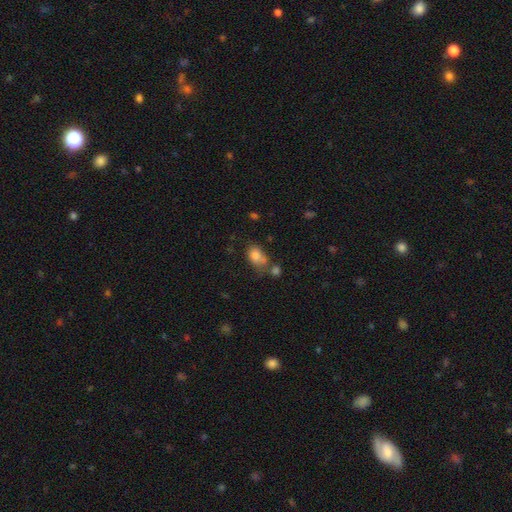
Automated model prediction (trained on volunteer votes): A smooth galaxy with no disk features (81%) that is in between round and cigar-shaped (75%).

Vote fractions:
- Smooth or featured? smooth: 81% / star or artifact: 10% / featured or disk: 9%
- How rounded? in between: 75% / round: 24% / cigar-shaped: 2%
- Merging? none: 40% / merger: 29% / minor disturbance: 21% / major disturbance: 10%